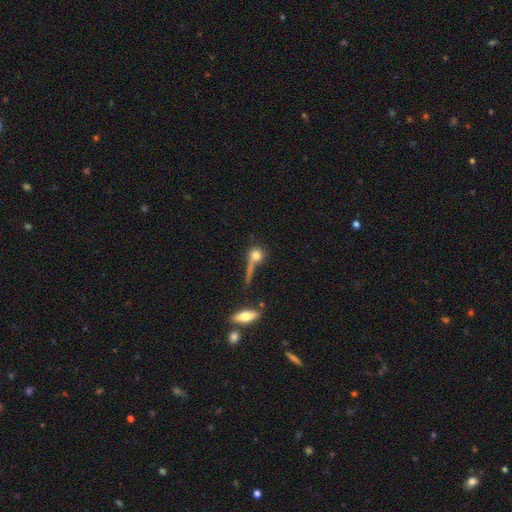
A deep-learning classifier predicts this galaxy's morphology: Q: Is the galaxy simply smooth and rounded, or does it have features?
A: smooth — 69%.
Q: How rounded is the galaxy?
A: round — 74%.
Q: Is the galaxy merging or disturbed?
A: none — 44%.